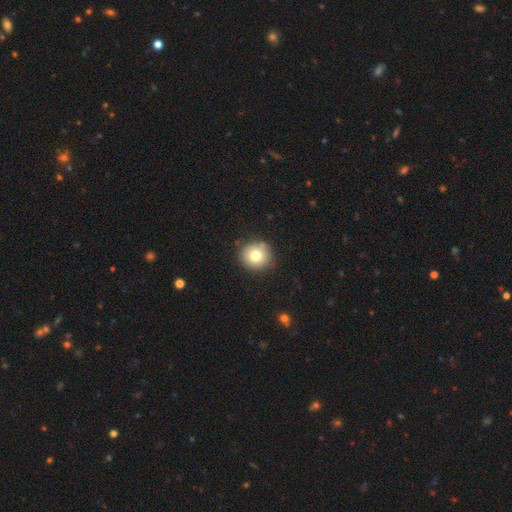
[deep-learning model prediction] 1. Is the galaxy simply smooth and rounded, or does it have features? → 77% smooth, 13% featured or disk, 11% star or artifact.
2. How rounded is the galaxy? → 91% round, 8% in between, 1% cigar-shaped.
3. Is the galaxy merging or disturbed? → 85% none, 10% minor disturbance, 2% major disturbance, 2% merger.